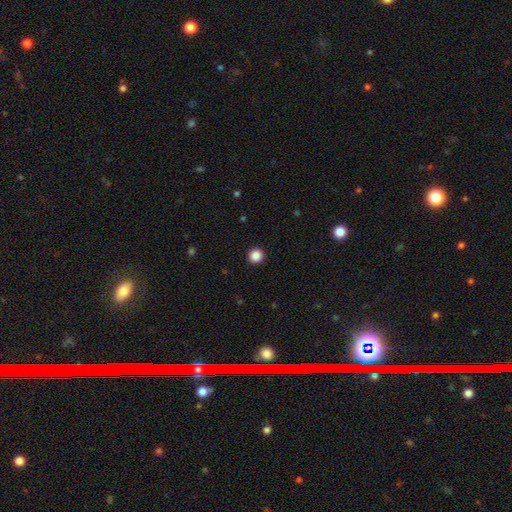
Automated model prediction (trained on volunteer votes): Smooth or featured? smooth (87%)
How rounded? round (94%)
Merging? none (93%)